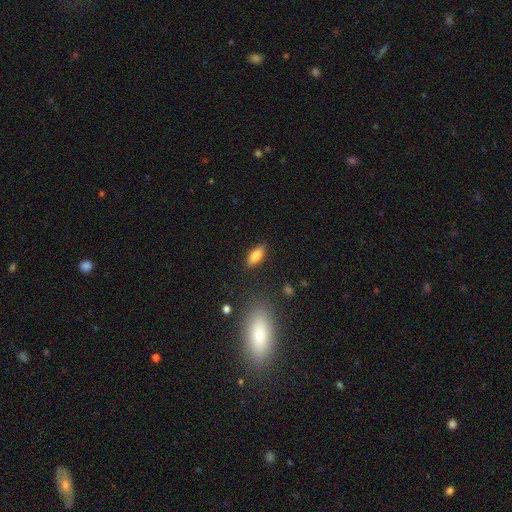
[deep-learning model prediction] Smooth or featured: smooth — 83% (featured or disk — 9%)
How rounded: in between — 80% (cigar-shaped — 17%)
Merging: none — 85% (minor disturbance — 10%)